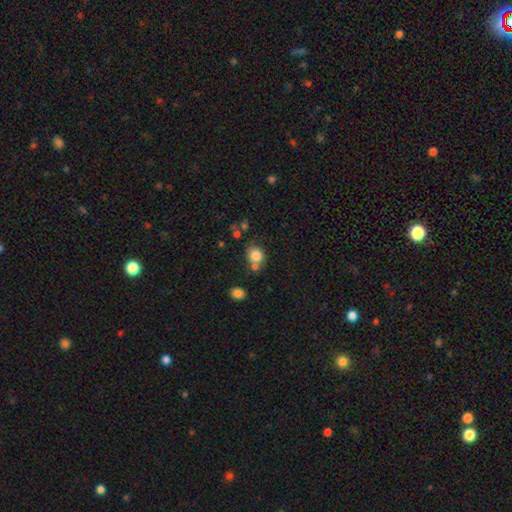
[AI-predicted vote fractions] Overall: smooth (82%). How rounded: round (68%; in between 31%). Merging: none (59%; merger 23%).